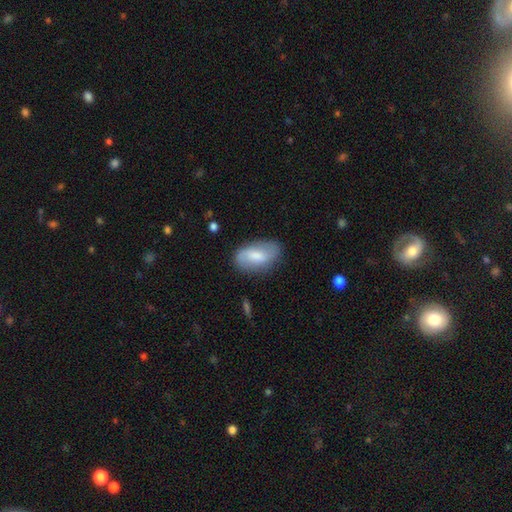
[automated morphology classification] This is likely a smooth galaxy (60%). How rounded: clearly in between (93%). Merging: likely none (74%).